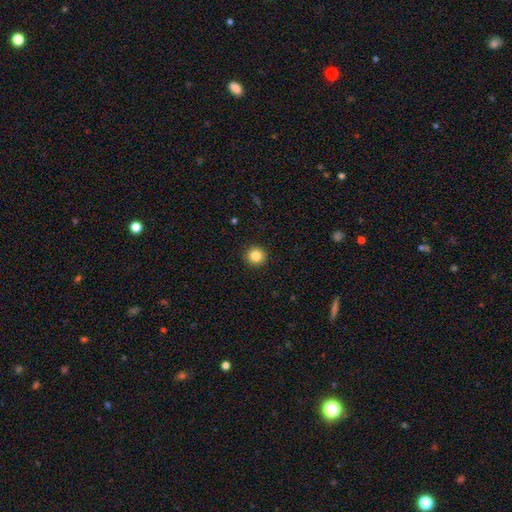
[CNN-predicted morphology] Overall: smooth (84%). How rounded: round (95%). Merging: none (93%).